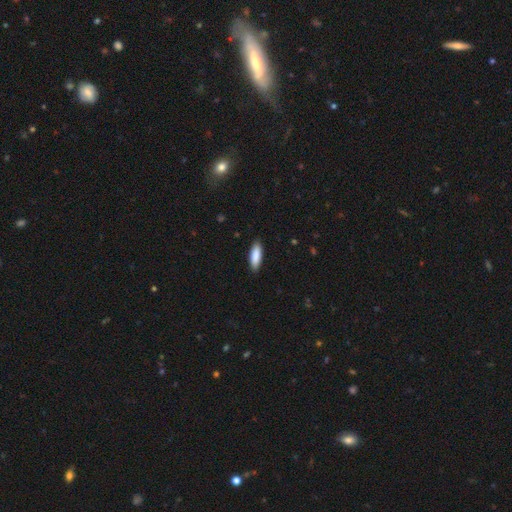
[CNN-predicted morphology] Q: Smooth or featured?
A: smooth (89%); runner-up: featured or disk (6%)
Q: How rounded?
A: in between (63%); runner-up: cigar-shaped (35%)
Q: Merging?
A: none (89%); runner-up: minor disturbance (8%)